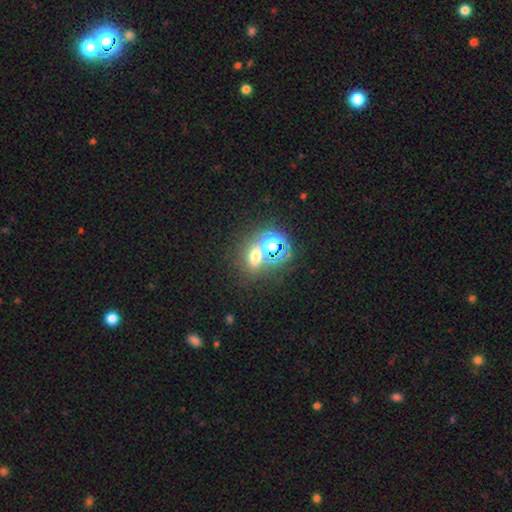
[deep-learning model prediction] Morphology: type=smooth (51%); roundness=round (50%); merging=none (55%).